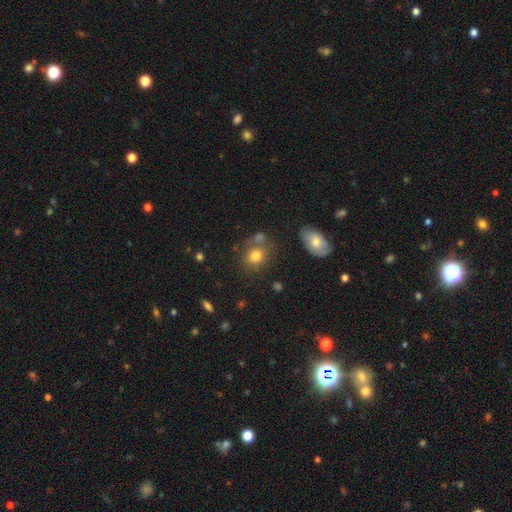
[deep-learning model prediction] Smooth or featured? Predicted: smooth (p=0.79). How rounded? Predicted: round (p=0.69). Merging? Predicted: none (p=0.65).